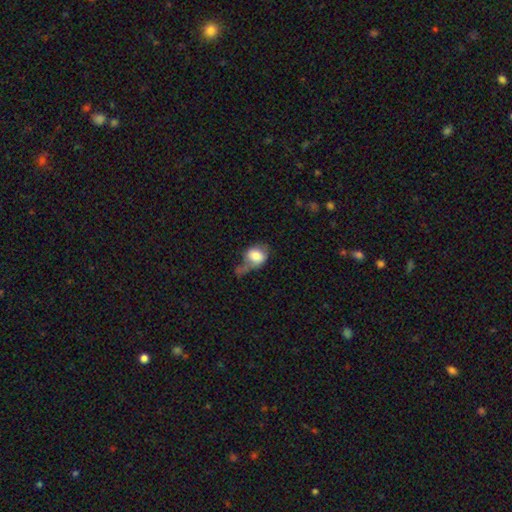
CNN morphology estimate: Q: Smooth or featured?
A: smooth (74%); runner-up: featured or disk (18%)
Q: How rounded?
A: in between (51%); runner-up: round (48%)
Q: Merging?
A: major disturbance (37%); runner-up: minor disturbance (26%)